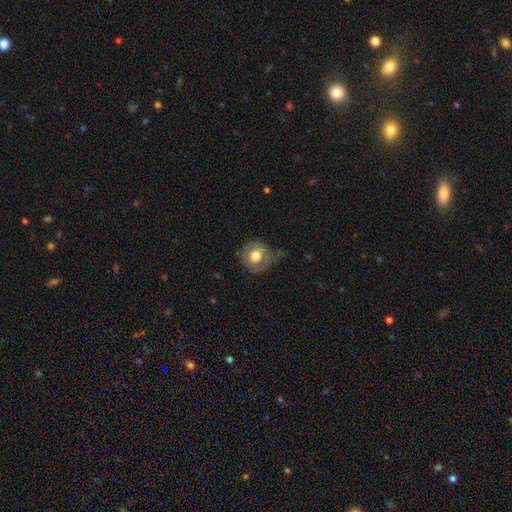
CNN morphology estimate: Smooth or featured: smooth — 63% (featured or disk — 30%)
How rounded: round — 84% (in between — 15%)
Merging: none — 55% (minor disturbance — 28%)